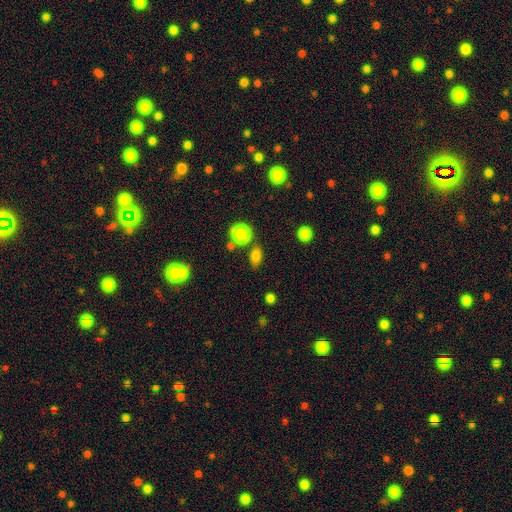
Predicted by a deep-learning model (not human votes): Smooth or featured? smooth (79%)
How rounded? in between (73%)
Merging? none (74%)